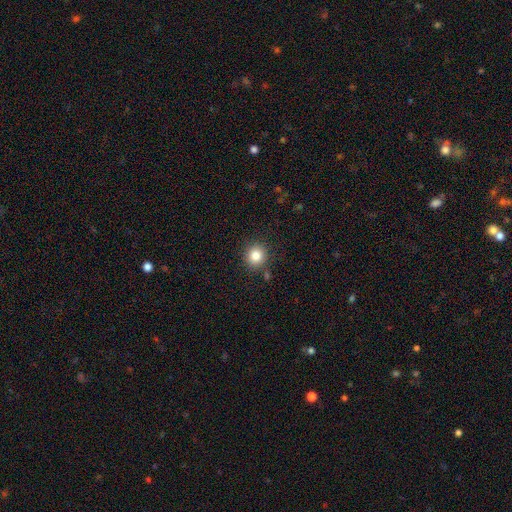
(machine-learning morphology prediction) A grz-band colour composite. It shows a smooth galaxy with no disk features (83%) that is round (89%). Merging: none (87%).